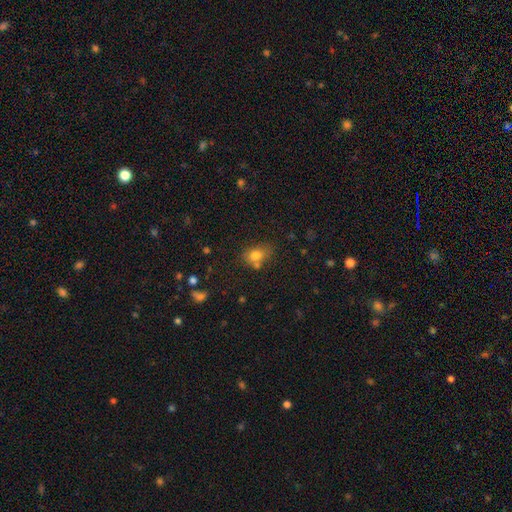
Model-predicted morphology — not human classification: Smooth or featured? Predicted: smooth (p=0.77). How rounded? Predicted: in between (p=0.66). Merging? Predicted: none (p=0.55).